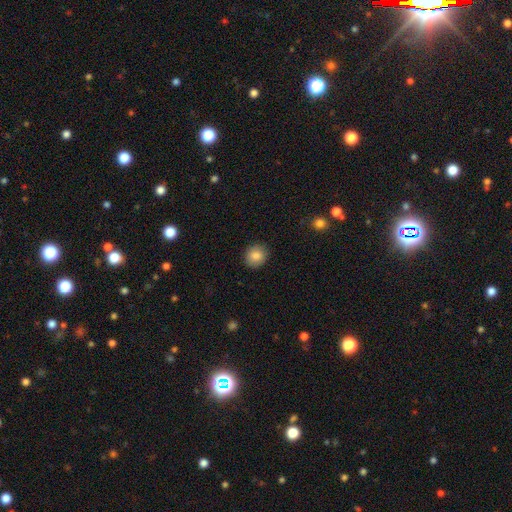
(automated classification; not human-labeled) Morphology: type=smooth (85%); roundness=round (79%); merging=none (89%).